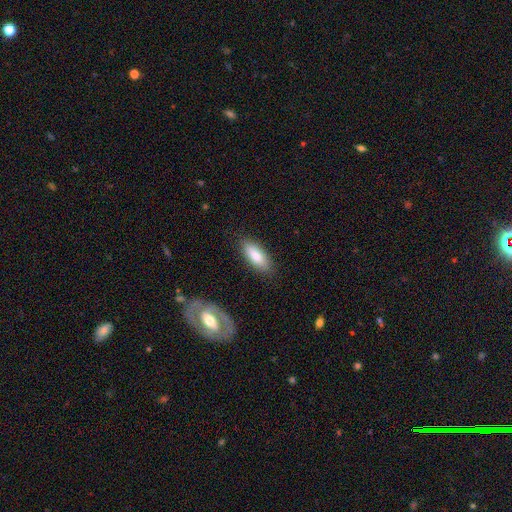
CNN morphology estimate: Smooth or featured: smooth — 79% (featured or disk — 15%)
How rounded: in between — 74% (cigar-shaped — 24%)
Merging: none — 83% (minor disturbance — 11%)